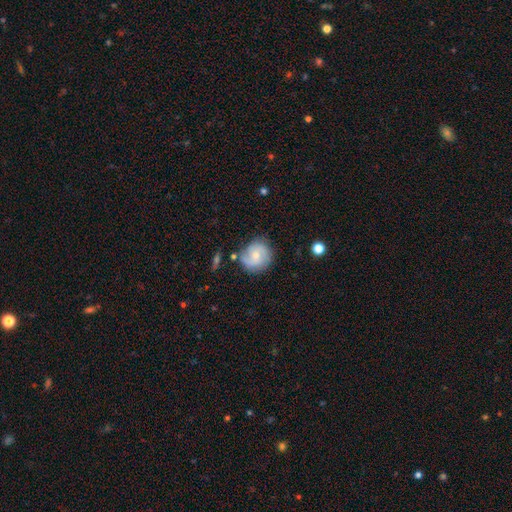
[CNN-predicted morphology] featured or disk 51%, smooth 41%, star or artifact 7%. Down the decision tree: edge-on disk — no (97%); merging — none (69%).